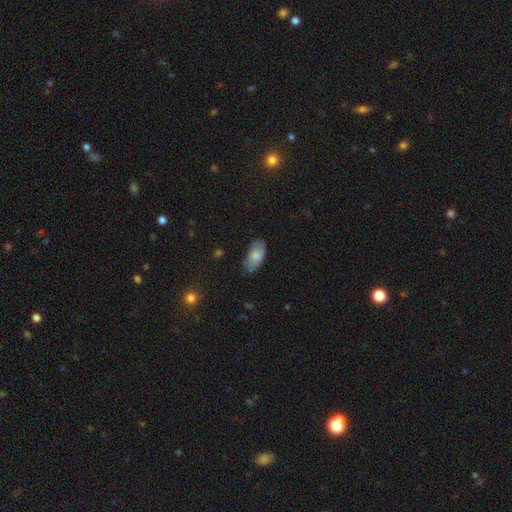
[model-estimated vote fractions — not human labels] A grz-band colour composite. It shows a smooth galaxy with no disk features (78%) that is in between round and cigar-shaped (93%). Merging: none (71%).